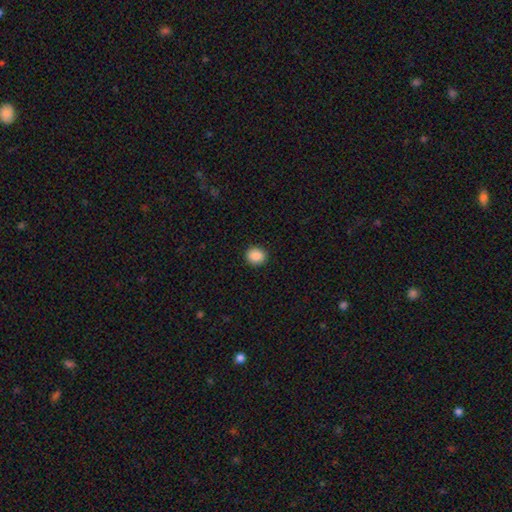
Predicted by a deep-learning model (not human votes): Smooth or featured? smooth (89%)
How rounded? round (71%)
Merging? none (91%)